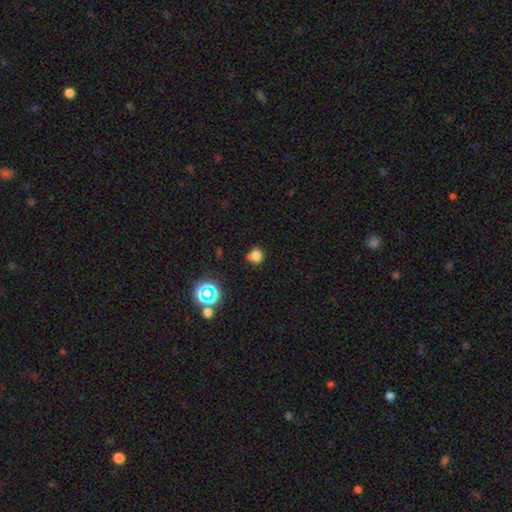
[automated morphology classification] A smooth galaxy with no disk features (75%) that is round (80%). Merging: none (59%).